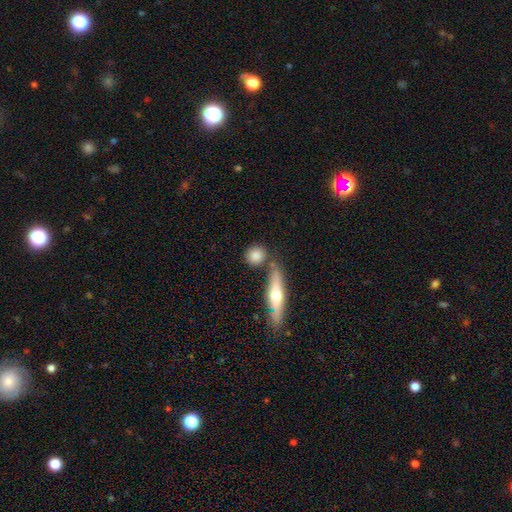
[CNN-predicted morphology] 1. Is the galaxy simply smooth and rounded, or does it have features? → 80% smooth, 12% featured or disk, 7% star or artifact.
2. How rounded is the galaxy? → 79% round, 14% in between, 7% cigar-shaped.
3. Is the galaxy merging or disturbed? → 70% none, 16% merger, 11% minor disturbance, 4% major disturbance.